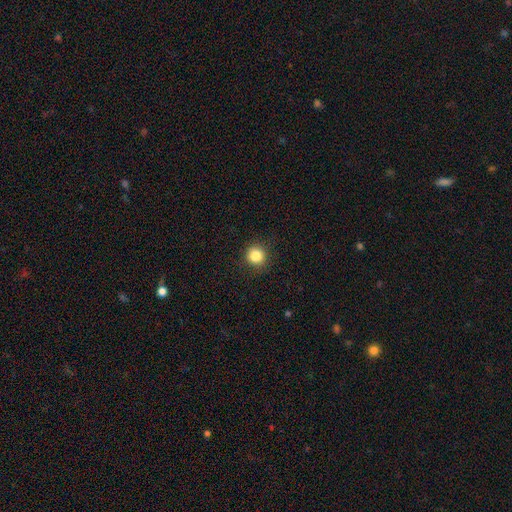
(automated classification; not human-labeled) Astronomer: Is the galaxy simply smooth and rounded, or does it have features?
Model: smooth — 85%.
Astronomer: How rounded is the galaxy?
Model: round — 94%.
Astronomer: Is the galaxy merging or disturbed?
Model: none — 91%.